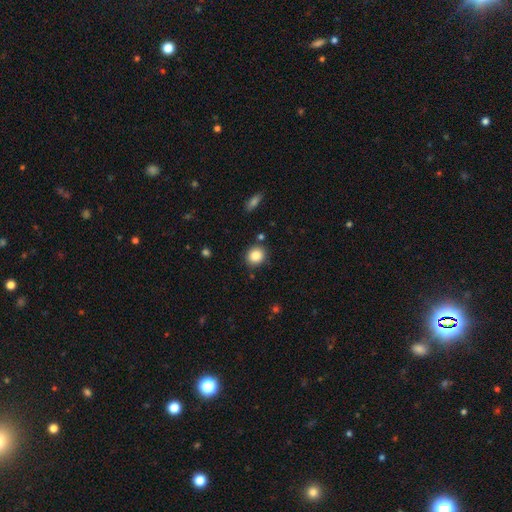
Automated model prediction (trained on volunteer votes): Smooth or featured: smooth — 86% (star or artifact — 9%)
How rounded: round — 80% (in between — 19%)
Merging: none — 84% (minor disturbance — 9%)